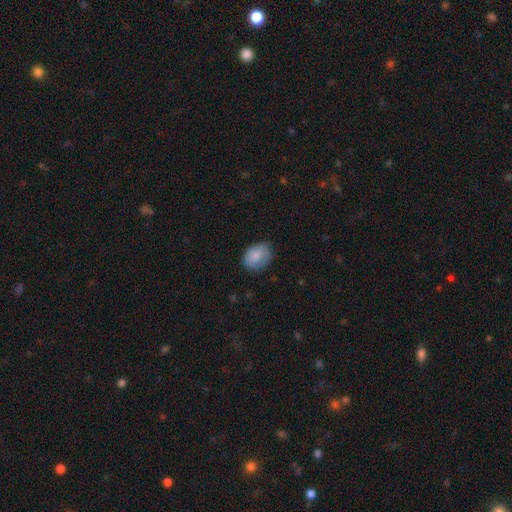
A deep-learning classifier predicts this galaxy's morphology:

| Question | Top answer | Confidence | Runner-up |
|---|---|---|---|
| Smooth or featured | smooth | 81% | featured or disk (12%) |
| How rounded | in between | 69% | round (30%) |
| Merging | none | 67% | minor disturbance (26%) |